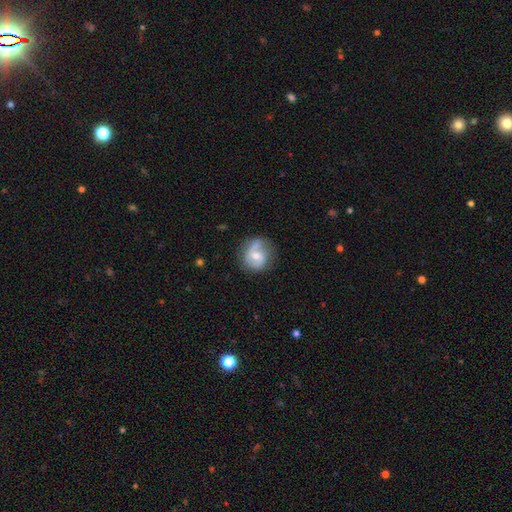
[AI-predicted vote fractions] Smooth or featured?
  - featured or disk: 62% *
  - smooth: 31%
  - star or artifact: 7%
Edge-on disk?
  - no: 97% *
  - yes: 3%
Bar?
  - no: 44% *
  - weak: 43%
  - strong: 13%
Spiral arms?
  - yes: 83% *
  - no: 17%
Bulge size?
  - moderate: 56% *
  - small: 38%
  - large: 3%
  - none: 2%
  - dominant: 1%
Merging?
  - none: 63% *
  - minor disturbance: 23%
  - major disturbance: 10%
  - merger: 3%